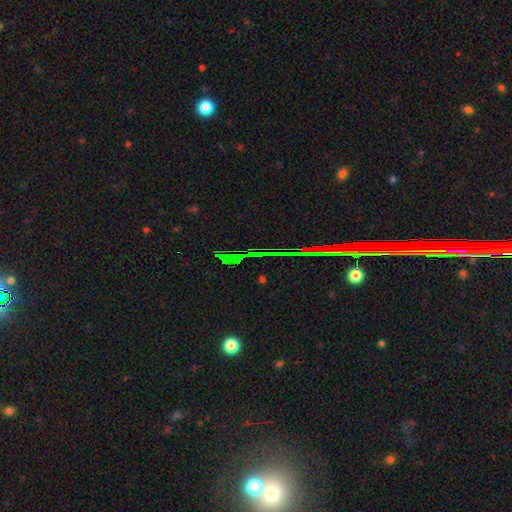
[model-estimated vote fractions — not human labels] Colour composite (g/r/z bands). It shows a star or artifact, not a galaxy (78%).